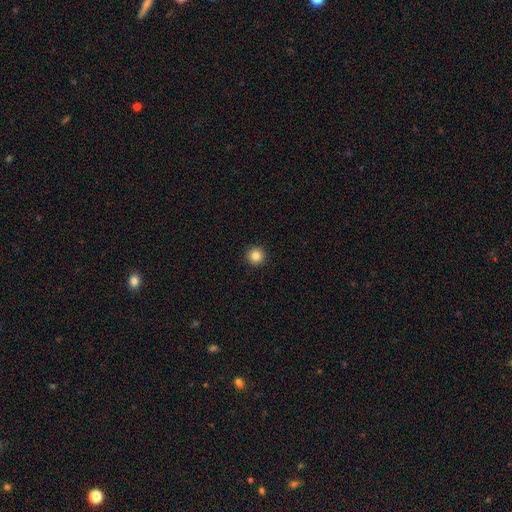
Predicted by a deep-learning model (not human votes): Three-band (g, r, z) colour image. It shows a smooth galaxy with no disk features (85%) that is round (96%). Merging: none (93%).